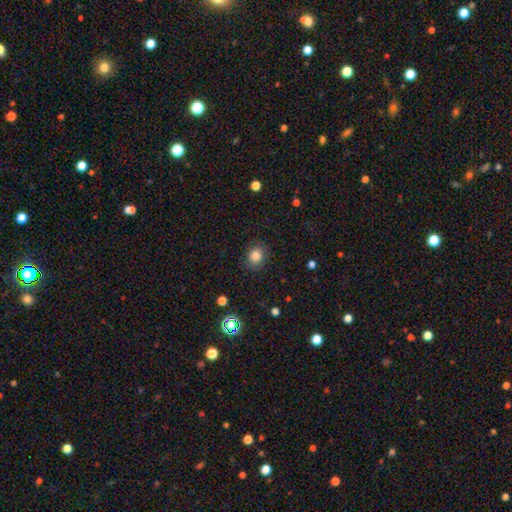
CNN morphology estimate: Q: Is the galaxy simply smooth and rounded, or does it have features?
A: smooth — 82%.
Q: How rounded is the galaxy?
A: round — 68%.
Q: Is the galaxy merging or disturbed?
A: none — 85%.